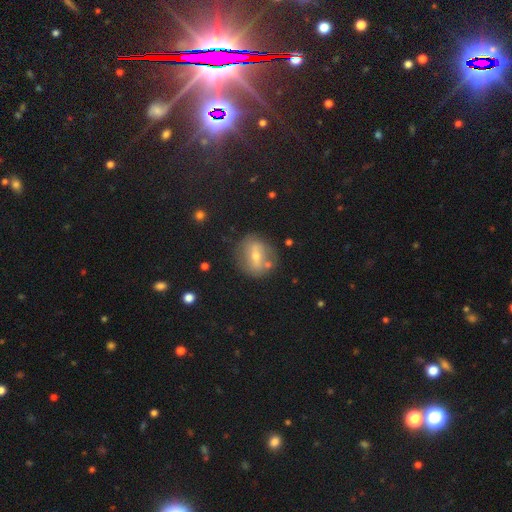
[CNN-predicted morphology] A featured or disk galaxy (51%). Merging: none (73%).